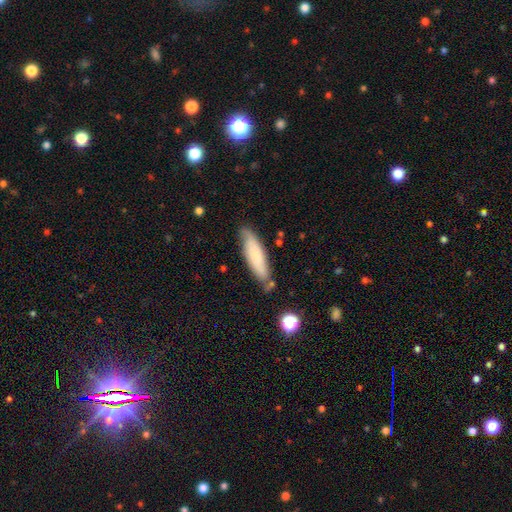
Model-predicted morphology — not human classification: This appears to be a smooth galaxy with no disk features (72%) that is cigar-shaped (65%). Merging: none (74%).